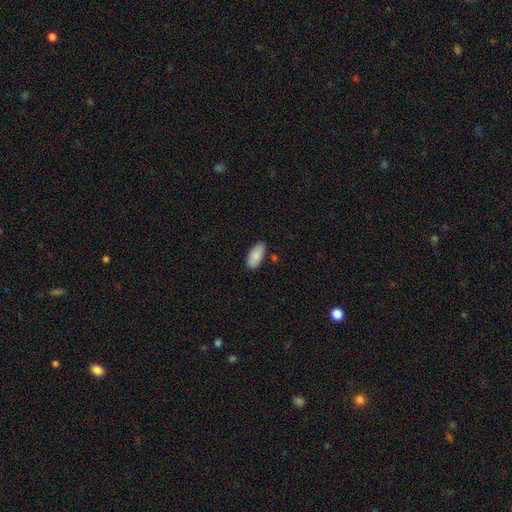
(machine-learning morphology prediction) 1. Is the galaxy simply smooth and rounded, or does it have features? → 88% smooth, 6% featured or disk, 6% star or artifact.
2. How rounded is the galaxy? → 91% in between, 7% cigar-shaped, 2% round.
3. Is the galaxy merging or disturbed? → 81% none, 14% minor disturbance, 3% merger, 2% major disturbance.